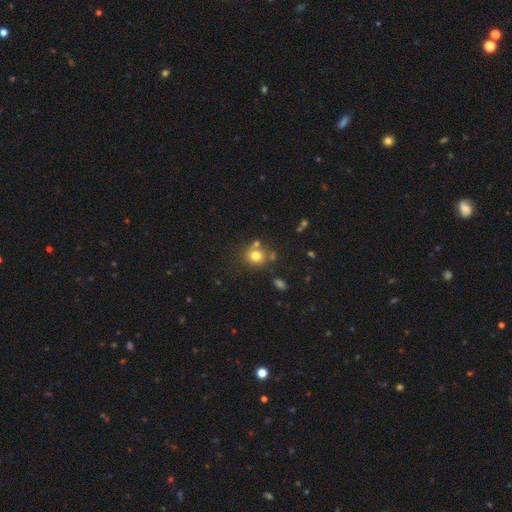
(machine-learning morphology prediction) Q: Smooth or featured?
A: smooth (75%); runner-up: star or artifact (13%)
Q: How rounded?
A: round (80%); runner-up: in between (19%)
Q: Merging?
A: none (64%); runner-up: merger (16%)